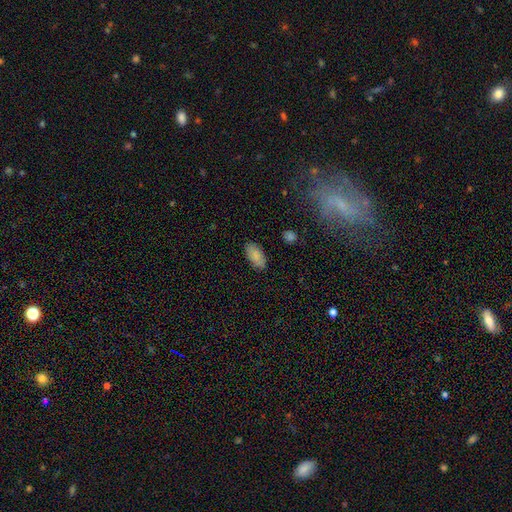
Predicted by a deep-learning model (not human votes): Smooth or featured? smooth (84%)
How rounded? in between (93%)
Merging? none (86%)